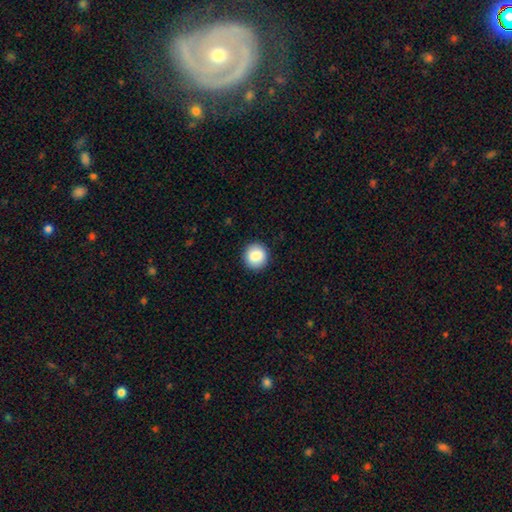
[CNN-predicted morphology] A smooth galaxy with no disk features (86%) that is round (93%).

Vote fractions:
- Smooth or featured? smooth: 86% / star or artifact: 8% / featured or disk: 6%
- How rounded? round: 93% / in between: 6% / cigar-shaped: 1%
- Merging? none: 92% / minor disturbance: 6% / major disturbance: 2% / merger: 1%